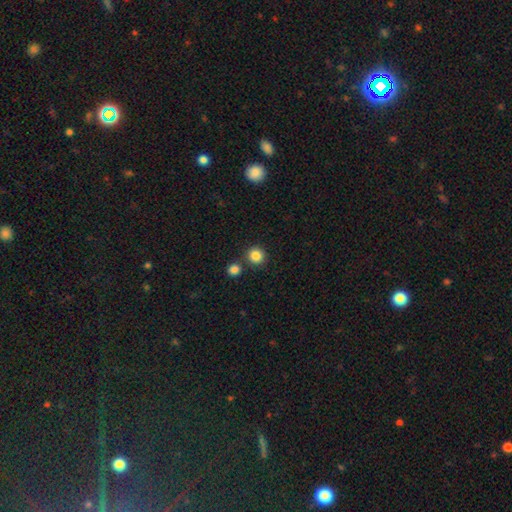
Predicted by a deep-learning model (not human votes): Morphology: type=smooth (85%); roundness=round (92%); merging=none (81%).